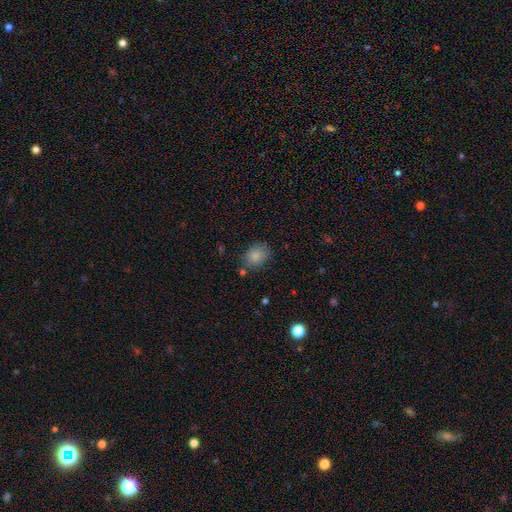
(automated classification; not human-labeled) A smooth galaxy with no disk features (84%) that is in between round and cigar-shaped (50%).

Vote fractions:
- Smooth or featured? smooth: 84% / star or artifact: 9% / featured or disk: 6%
- How rounded? in between: 50% / round: 49% / cigar-shaped: 1%
- Merging? none: 77% / minor disturbance: 14% / merger: 5% / major disturbance: 4%